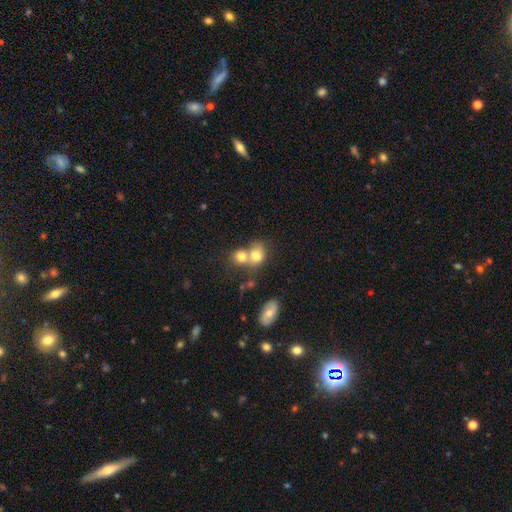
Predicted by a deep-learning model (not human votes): Q: Smooth or featured?
A: smooth (75%); runner-up: featured or disk (15%)
Q: How rounded?
A: round (58%); runner-up: in between (41%)
Q: Merging?
A: merger (58%); runner-up: none (30%)